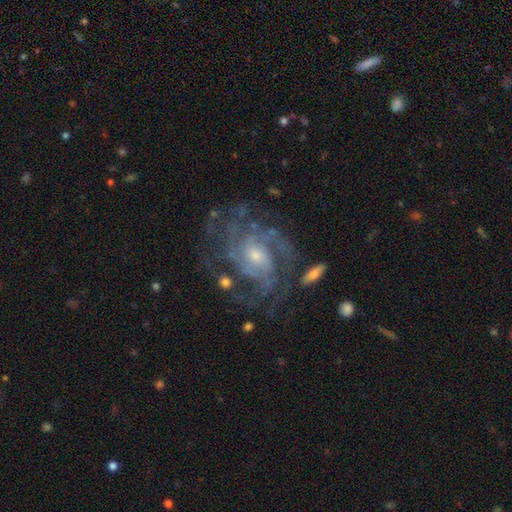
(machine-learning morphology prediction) A featured or disk galaxy (87%) with no bar (63%), tight (48%) spiral arms (95%) and a small central bulge (58%). Merging: none (62%).